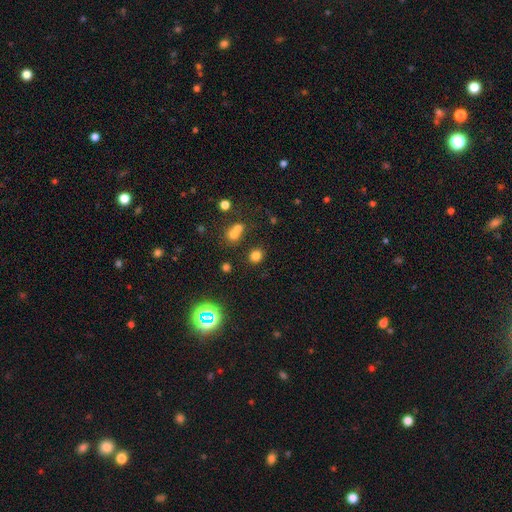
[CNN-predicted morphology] smooth_or_featured: smooth (p=0.76) [alt: star or artifact p=0.18]
how_rounded: round (p=0.78) [alt: in between p=0.21]
merging: none (p=0.75) [alt: merger p=0.13]